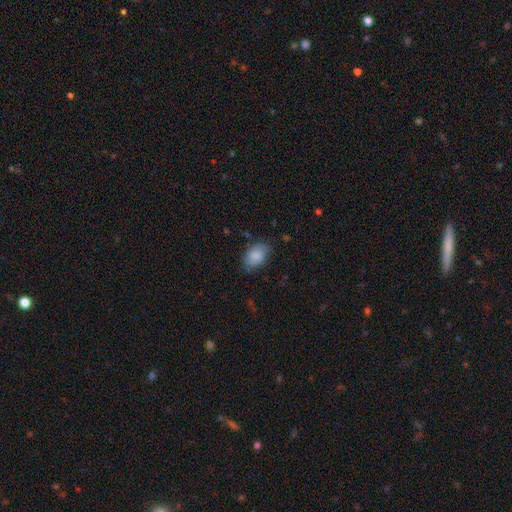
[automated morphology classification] Overall: smooth (86%). How rounded: in between (87%). Merging: none (74%).